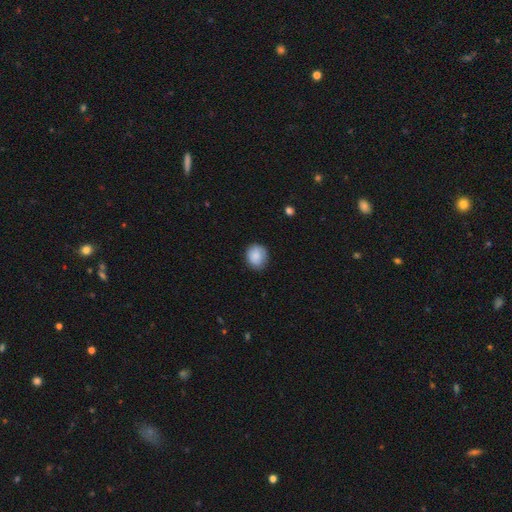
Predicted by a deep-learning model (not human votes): This appears to be a smooth galaxy with no disk features (86%) that is round (66%). Merging: none (78%).